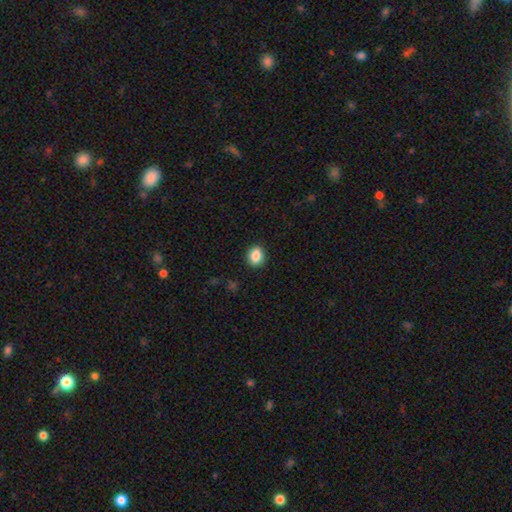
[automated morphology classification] smooth-or-featured: smooth: 86% | star or artifact: 9% | featured or disk: 5%
  how-rounded: round: 60% | in between: 39% | cigar-shaped: 1%
  merging: none: 90% | minor disturbance: 7% | major disturbance: 2% | merger: 1%